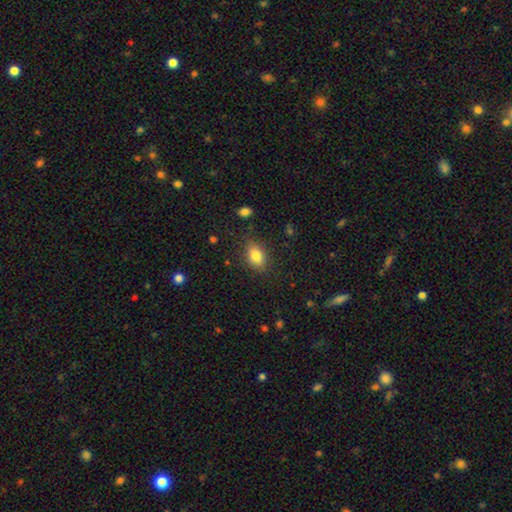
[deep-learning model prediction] A smooth galaxy with no disk features (84%) that is in between round and cigar-shaped (84%). Merging: none (82%).